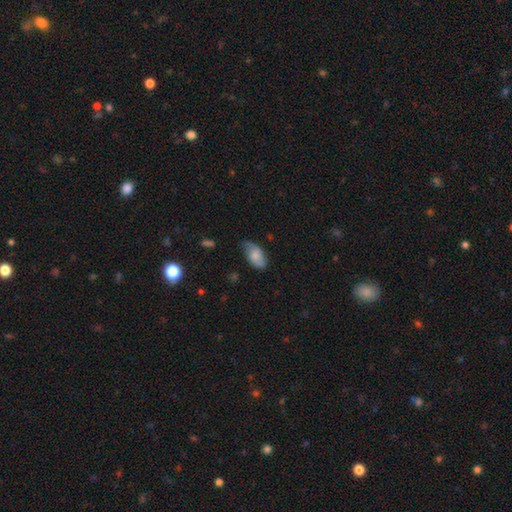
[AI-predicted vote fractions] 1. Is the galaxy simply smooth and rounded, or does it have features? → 69% smooth, 24% featured or disk, 7% star or artifact.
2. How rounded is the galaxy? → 93% in between, 4% round, 3% cigar-shaped.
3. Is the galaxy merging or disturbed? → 56% none, 34% minor disturbance, 8% major disturbance, 2% merger.